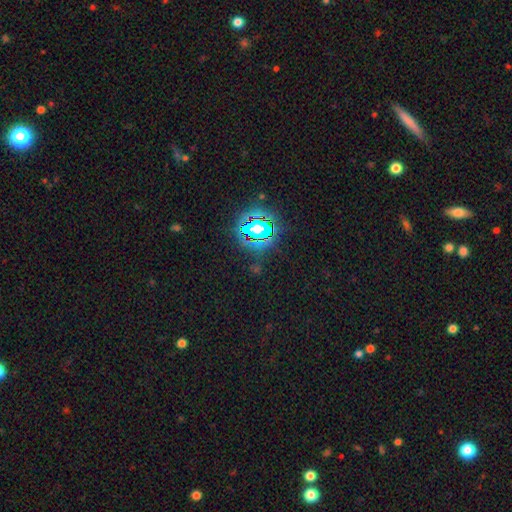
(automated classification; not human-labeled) A star or artifact, not a galaxy (80%).